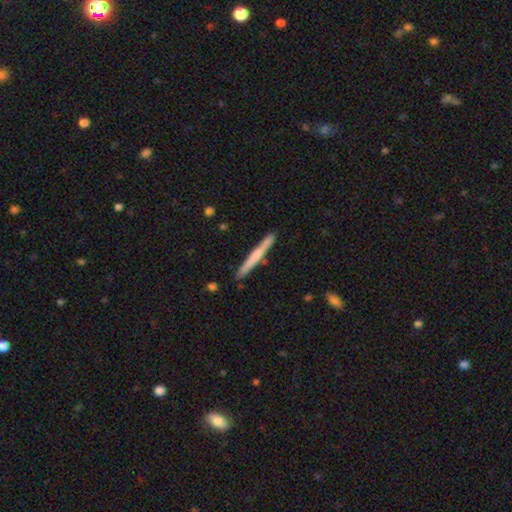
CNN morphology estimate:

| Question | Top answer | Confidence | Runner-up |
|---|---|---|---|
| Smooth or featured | smooth | 52% | featured or disk (43%) |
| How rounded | cigar-shaped | 96% | in between (2%) |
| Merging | none | 87% | minor disturbance (9%) |